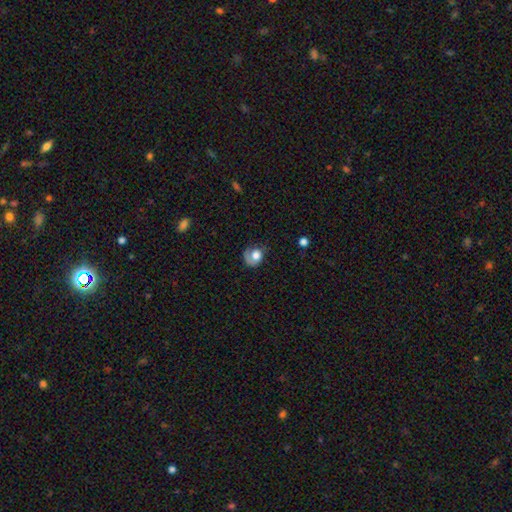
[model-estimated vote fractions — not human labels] Smooth or featured? Predicted: smooth (p=0.59). How rounded? Predicted: round (p=0.62). Merging? Predicted: none (p=0.43).